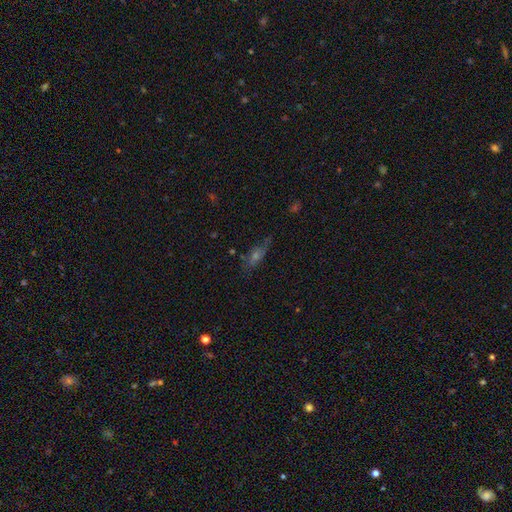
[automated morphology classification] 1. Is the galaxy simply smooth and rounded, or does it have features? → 38% featured or disk, 35% smooth, 27% star or artifact.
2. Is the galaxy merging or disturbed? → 68% none, 20% minor disturbance, 9% major disturbance, 3% merger.